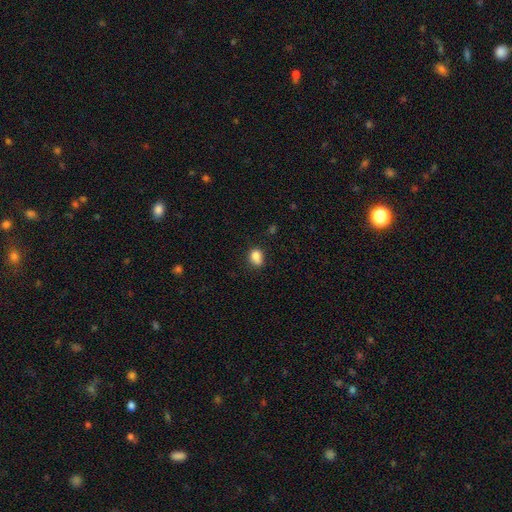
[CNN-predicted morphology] Smooth or featured?
  - smooth: 83% *
  - star or artifact: 11%
  - featured or disk: 6%
How rounded?
  - in between: 57% *
  - round: 42%
  - cigar-shaped: 1%
Merging?
  - none: 61% *
  - minor disturbance: 27%
  - major disturbance: 6%
  - merger: 5%